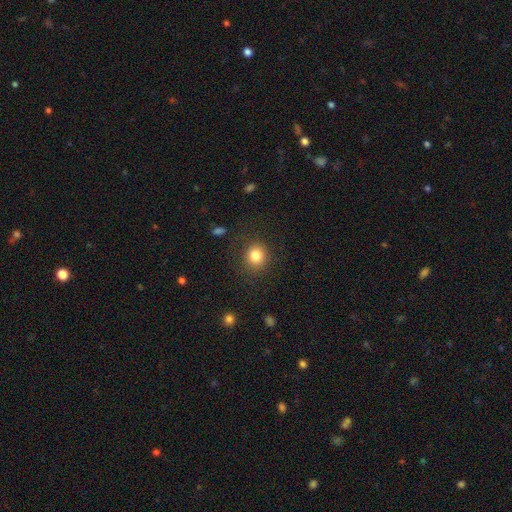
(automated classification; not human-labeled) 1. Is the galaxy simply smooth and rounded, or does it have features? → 84% smooth, 11% star or artifact, 6% featured or disk.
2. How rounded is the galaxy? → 80% round, 19% in between, 1% cigar-shaped.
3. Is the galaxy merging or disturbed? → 84% none, 10% minor disturbance, 4% major disturbance, 1% merger.